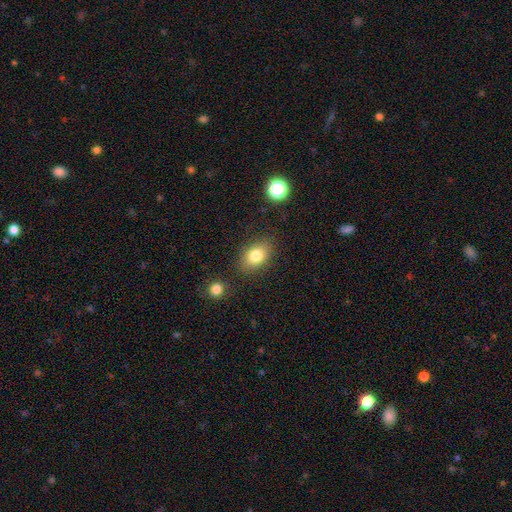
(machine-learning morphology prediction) A smooth galaxy with no disk features (80%) that is in between round and cigar-shaped (79%). Merging: none (82%).